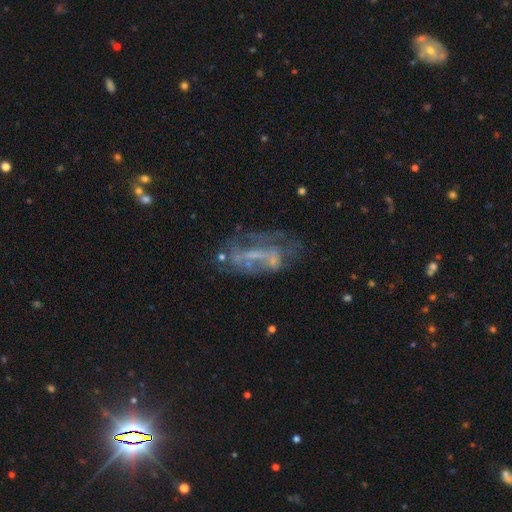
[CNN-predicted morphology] smooth-or-featured: featured or disk: 64% | smooth: 18% | star or artifact: 18%
  disk-edge-on: no: 93% | yes: 7%
    bar: no: 58% | weak: 27% | strong: 15%
    has-spiral-arms: no: 62% | yes: 38%
    bulge-size: none: 58% | small: 27% | moderate: 12% | large: 2% | dominant: 1%
  merging: none: 43% | major disturbance: 29% | minor disturbance: 20% | merger: 8%